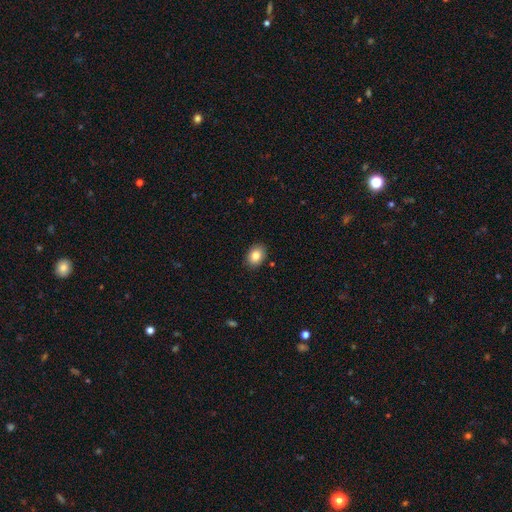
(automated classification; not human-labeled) Smooth or featured? Predicted: smooth (p=0.84). How rounded? Predicted: in between (p=0.63). Merging? Predicted: none (p=0.89).